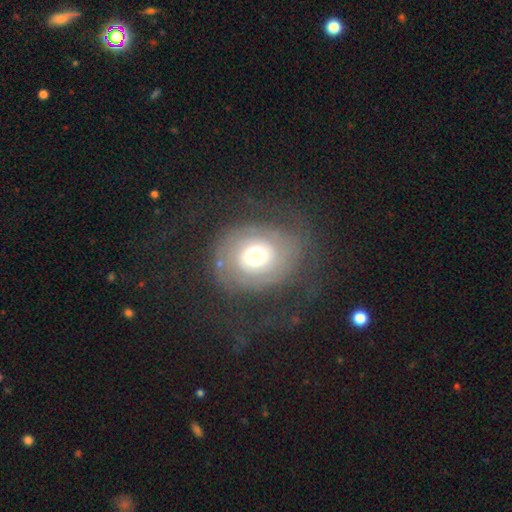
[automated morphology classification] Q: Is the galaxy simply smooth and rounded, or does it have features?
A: featured or disk — 67%.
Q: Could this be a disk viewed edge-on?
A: no — 97%.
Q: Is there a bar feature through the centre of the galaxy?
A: no — 82%.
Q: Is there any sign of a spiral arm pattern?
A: yes — 80%.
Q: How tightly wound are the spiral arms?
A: tight — 57%.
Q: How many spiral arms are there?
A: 2 — 43%.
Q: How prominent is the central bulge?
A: moderate — 54%.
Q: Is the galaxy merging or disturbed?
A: none — 62%.